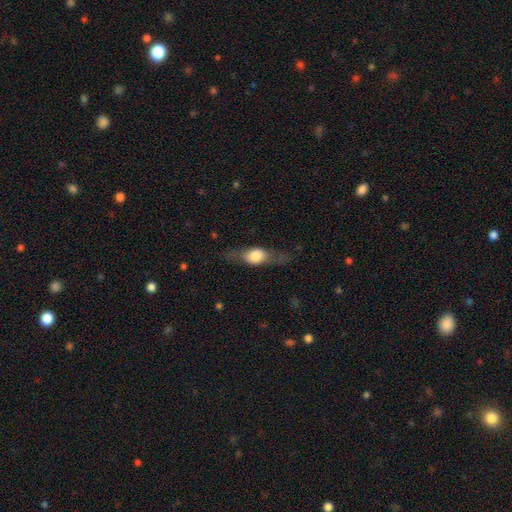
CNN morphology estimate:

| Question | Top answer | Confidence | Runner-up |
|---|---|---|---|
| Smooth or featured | smooth | 48% | featured or disk (46%) |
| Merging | none | 76% | minor disturbance (15%) |